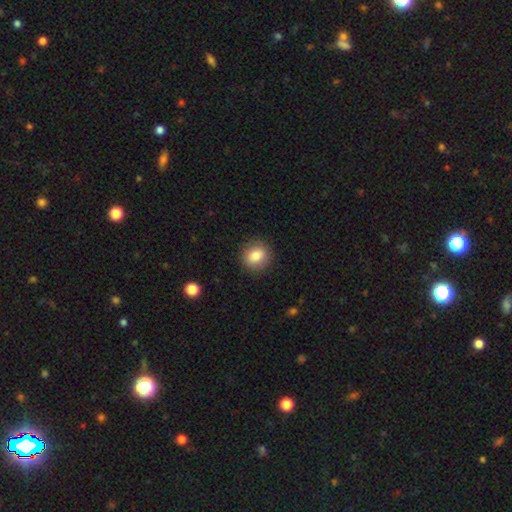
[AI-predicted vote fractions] A smooth galaxy with no disk features (83%) that is round (77%). Merging: none (89%).